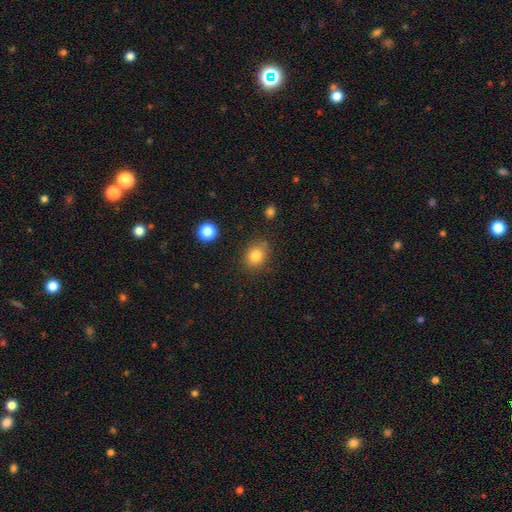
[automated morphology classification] This appears to be a smooth galaxy with no disk features (83%) that is round (54%). Merging: none (78%).